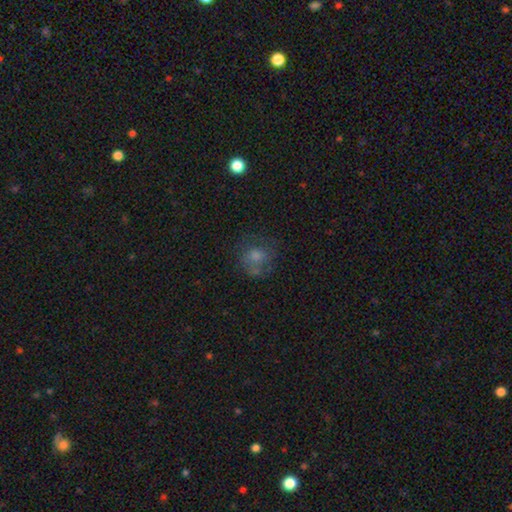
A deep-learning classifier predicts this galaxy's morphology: A smooth galaxy with no disk features (53%) that is round (77%).

Vote fractions:
- Smooth or featured? smooth: 53% / featured or disk: 29% / star or artifact: 18%
- How rounded? round: 77% / in between: 22% / cigar-shaped: 1%
- Merging? none: 61% / minor disturbance: 20% / major disturbance: 14% / merger: 5%